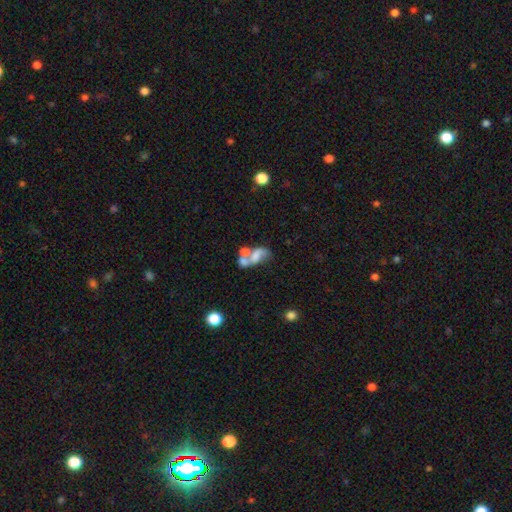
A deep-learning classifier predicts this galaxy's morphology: Overall: featured or disk (46%; smooth 41%). Merging: merger (58%).